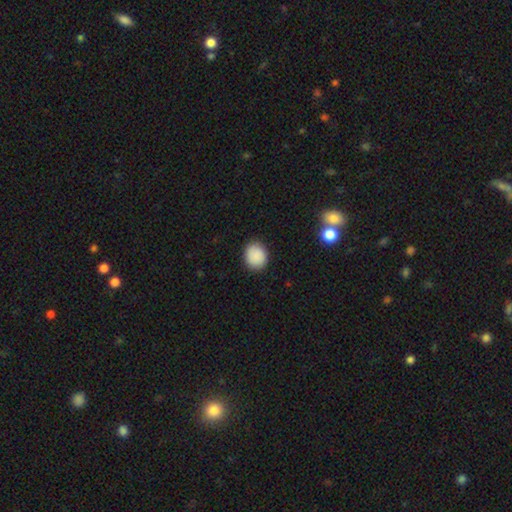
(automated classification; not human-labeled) Smooth or featured: smooth — 89% (star or artifact — 7%)
How rounded: round — 68% (in between — 31%)
Merging: none — 88% (minor disturbance — 9%)